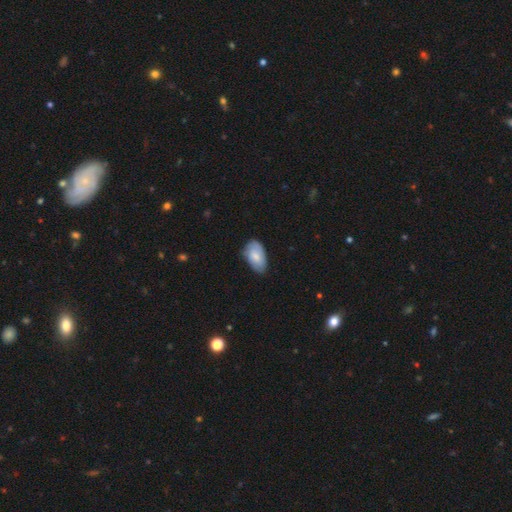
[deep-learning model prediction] Overall: smooth (75%). How rounded: in between (94%). Merging: none (66%; minor disturbance 28%).